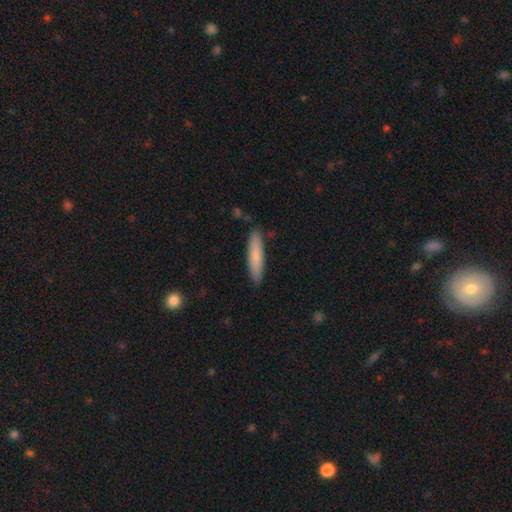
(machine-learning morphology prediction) Smooth or featured?
  - smooth: 78% *
  - featured or disk: 16%
  - star or artifact: 6%
How rounded?
  - cigar-shaped: 84% *
  - in between: 14%
  - round: 1%
Merging?
  - none: 87% *
  - minor disturbance: 10%
  - major disturbance: 2%
  - merger: 2%